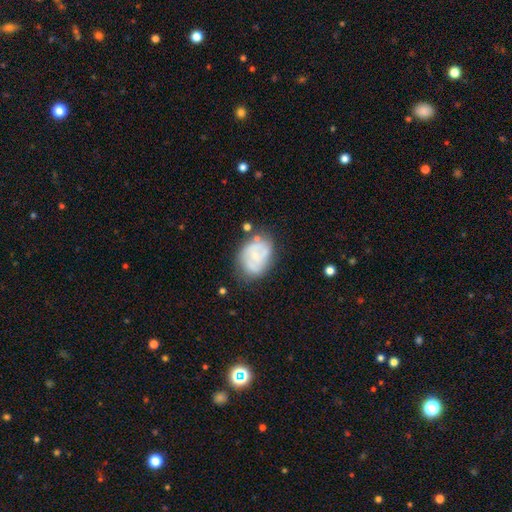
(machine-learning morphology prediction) featured or disk 55%, smooth 37%, star or artifact 8%. Down the decision tree: edge-on disk — no (97%); bar — no (64%); spiral arms — yes (52%); bulge size — small (56%); merging — none (54%).